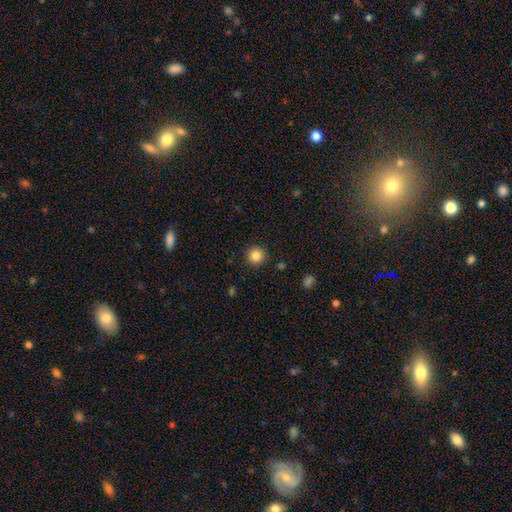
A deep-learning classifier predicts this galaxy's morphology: Smooth or featured? Predicted: smooth (p=0.85). How rounded? Predicted: round (p=0.94). Merging? Predicted: none (p=0.91).